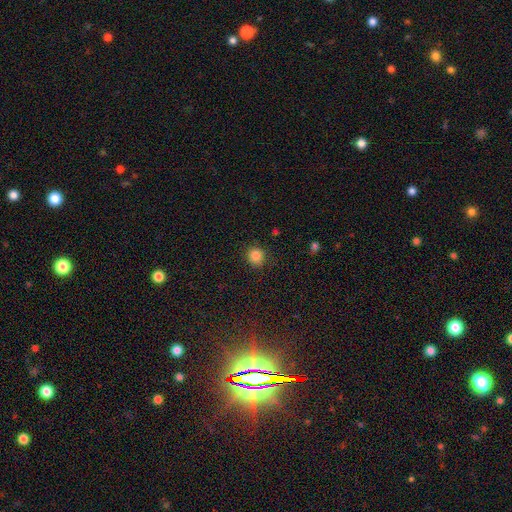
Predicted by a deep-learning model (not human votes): This is clearly a smooth galaxy (85%). How rounded: clearly round (87%). Merging: clearly none (86%).